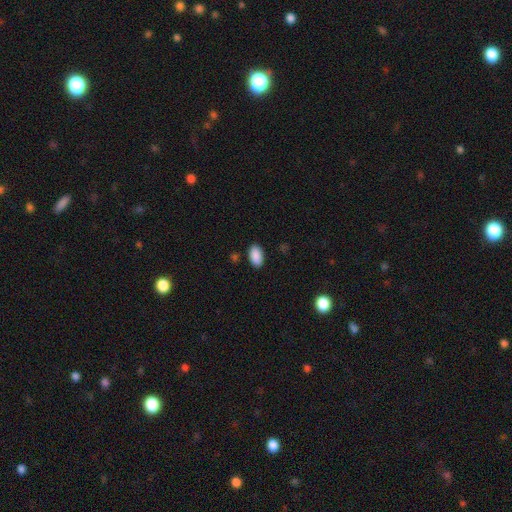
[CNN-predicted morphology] Smooth or featured: smooth — 90% (star or artifact — 7%)
How rounded: in between — 94% (round — 4%)
Merging: none — 87% (minor disturbance — 9%)